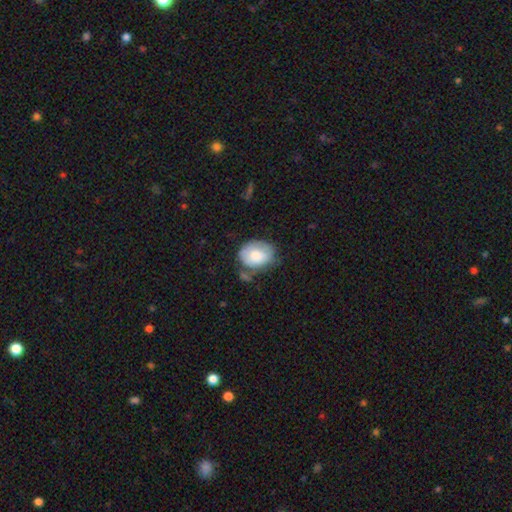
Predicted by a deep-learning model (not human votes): Smooth or featured: smooth — 75% (featured or disk — 18%)
How rounded: in between — 63% (round — 37%)
Merging: none — 51% (minor disturbance — 29%)